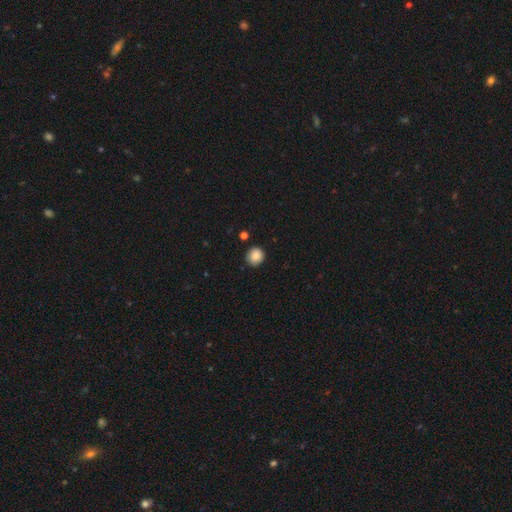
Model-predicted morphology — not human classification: Overall: smooth (87%). How rounded: round (88%). Merging: none (89%).